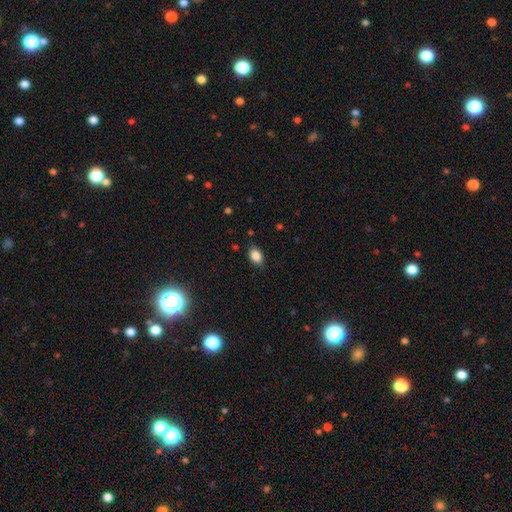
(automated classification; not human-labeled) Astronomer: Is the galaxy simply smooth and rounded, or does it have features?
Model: smooth — 86%.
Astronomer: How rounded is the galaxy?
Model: in between — 85%.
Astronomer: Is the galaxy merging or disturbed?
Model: none — 84%.